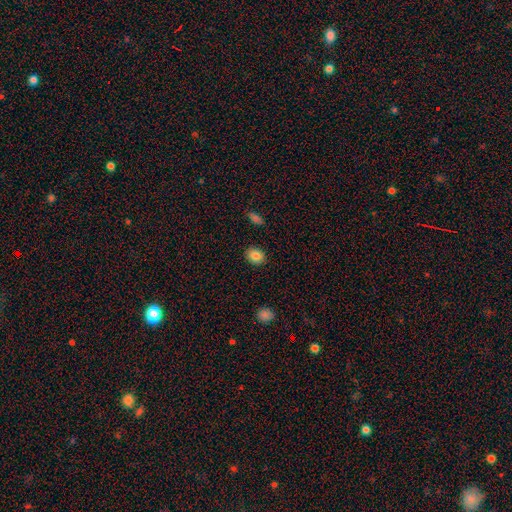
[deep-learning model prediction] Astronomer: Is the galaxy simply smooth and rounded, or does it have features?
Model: smooth — 85%.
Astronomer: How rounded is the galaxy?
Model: round — 53% (runner-up: in between, 46%).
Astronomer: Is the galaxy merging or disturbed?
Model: none — 89%.